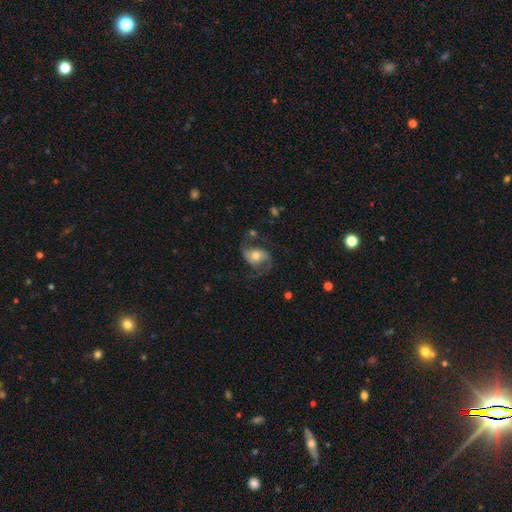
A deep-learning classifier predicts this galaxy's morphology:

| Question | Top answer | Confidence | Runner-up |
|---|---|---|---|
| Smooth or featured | featured or disk | 75% | smooth (18%) |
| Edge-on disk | no | 97% | yes (3%) |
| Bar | no | 57% | weak (31%) |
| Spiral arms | yes | 93% | no (7%) |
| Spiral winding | loose | 52% | medium (39%) |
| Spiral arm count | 2 | 90% | 1 (4%) |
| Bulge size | moderate | 68% | small (17%) |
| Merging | none | 63% | minor disturbance (18%) |